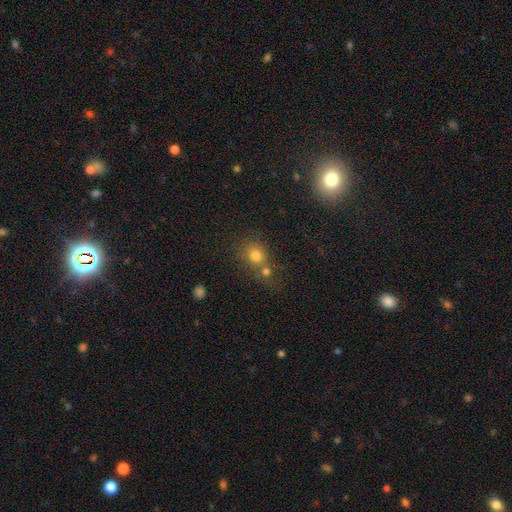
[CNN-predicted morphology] This appears to be a smooth galaxy with no disk features (75%) that is round (74%). Merging: none (48%).